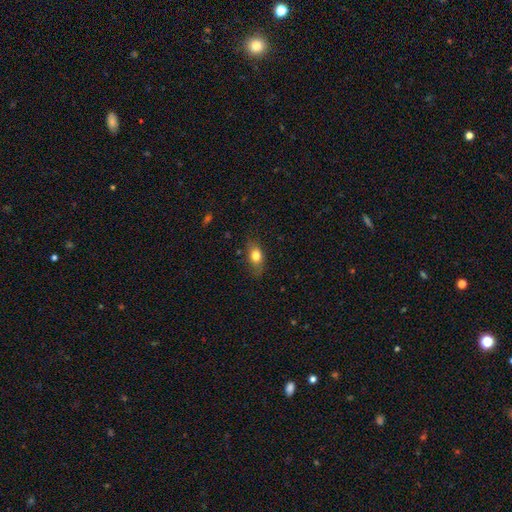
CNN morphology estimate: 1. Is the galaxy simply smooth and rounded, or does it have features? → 78% smooth, 13% featured or disk, 9% star or artifact.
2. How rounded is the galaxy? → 78% in between, 16% round, 5% cigar-shaped.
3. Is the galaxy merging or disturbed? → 73% none, 21% minor disturbance, 5% major disturbance, 1% merger.